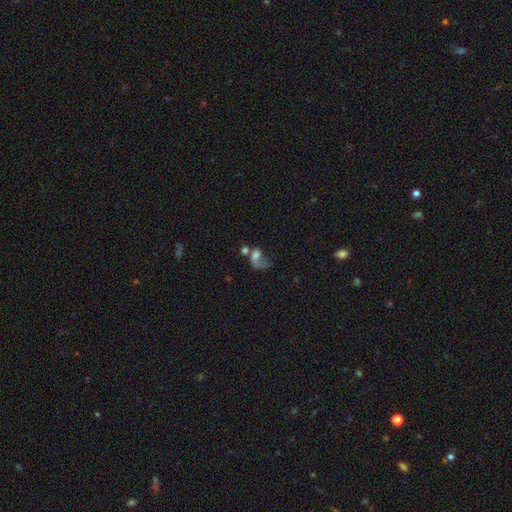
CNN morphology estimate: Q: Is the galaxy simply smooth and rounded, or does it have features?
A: smooth — 57%.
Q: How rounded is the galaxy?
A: in between — 71%.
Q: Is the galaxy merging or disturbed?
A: major disturbance — 39%.